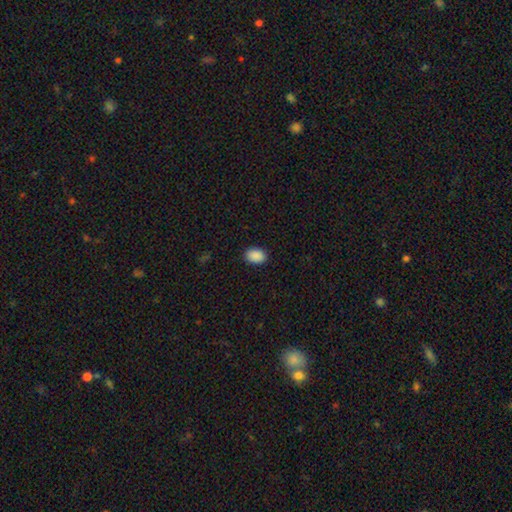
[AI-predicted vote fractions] This is clearly a smooth galaxy (90%). How rounded: clearly in between (83%). Merging: clearly none (90%).